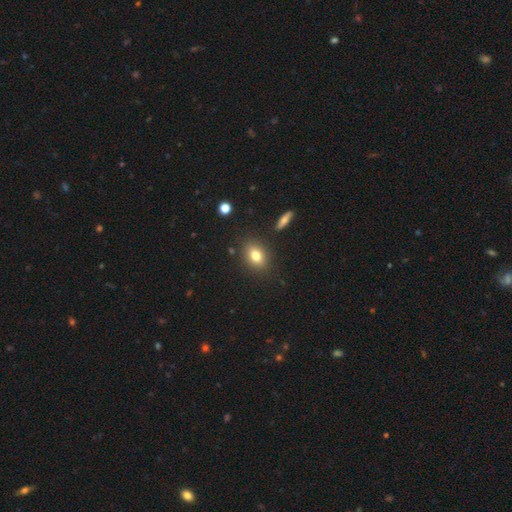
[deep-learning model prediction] Q: Smooth or featured?
A: smooth (79%); runner-up: featured or disk (11%)
Q: How rounded?
A: in between (66%); runner-up: round (33%)
Q: Merging?
A: none (84%); runner-up: minor disturbance (10%)